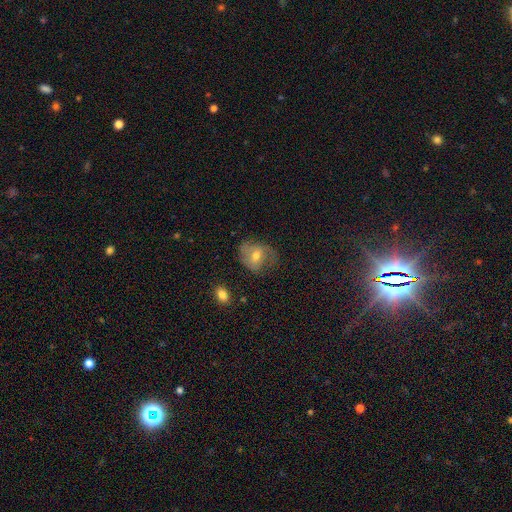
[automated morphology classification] Q: Smooth or featured?
A: smooth (48%); runner-up: featured or disk (44%)
Q: Merging?
A: none (49%); runner-up: minor disturbance (28%)